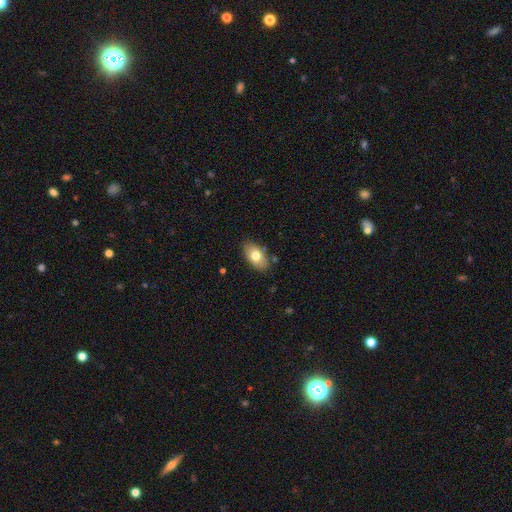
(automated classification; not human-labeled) Smooth or featured?
  - smooth: 75% *
  - featured or disk: 18%
  - star or artifact: 7%
How rounded?
  - in between: 91% *
  - round: 7%
  - cigar-shaped: 2%
Merging?
  - none: 82% *
  - minor disturbance: 13%
  - major disturbance: 3%
  - merger: 2%